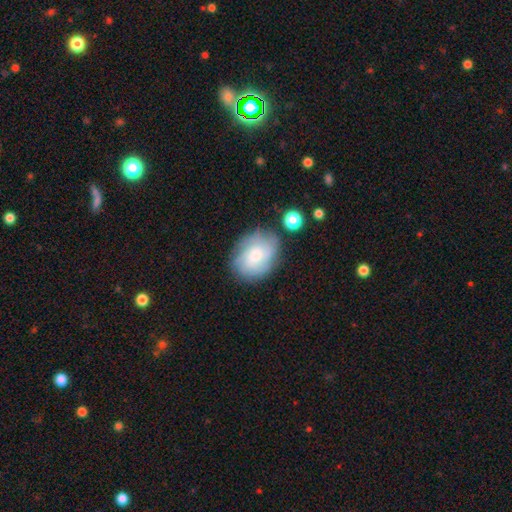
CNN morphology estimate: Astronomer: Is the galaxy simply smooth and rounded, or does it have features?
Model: featured or disk — 52% (runner-up: smooth, 40%).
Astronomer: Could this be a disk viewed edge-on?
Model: no — 97%.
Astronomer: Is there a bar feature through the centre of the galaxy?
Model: no — 76%.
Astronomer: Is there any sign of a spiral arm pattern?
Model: yes — 83%.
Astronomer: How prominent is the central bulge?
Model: moderate — 50% (runner-up: small, 36%).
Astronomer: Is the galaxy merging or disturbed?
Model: none — 72%.